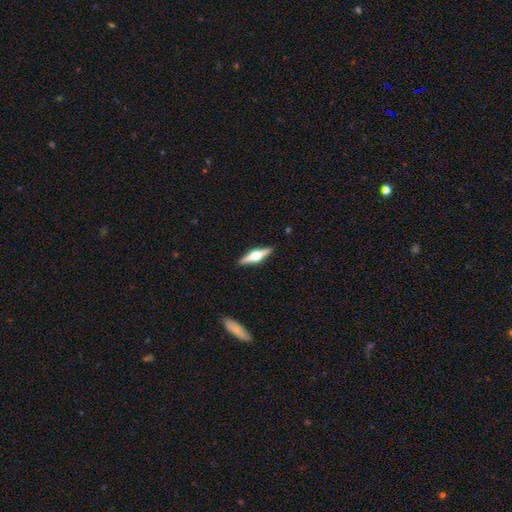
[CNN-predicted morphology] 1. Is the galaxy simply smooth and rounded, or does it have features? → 73% featured or disk, 22% smooth, 5% star or artifact.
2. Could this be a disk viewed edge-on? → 97% yes, 3% no.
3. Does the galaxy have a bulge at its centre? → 95% rounded, 3% boxy, 1% none.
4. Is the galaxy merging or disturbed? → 91% none, 7% minor disturbance, 2% major disturbance, 1% merger.